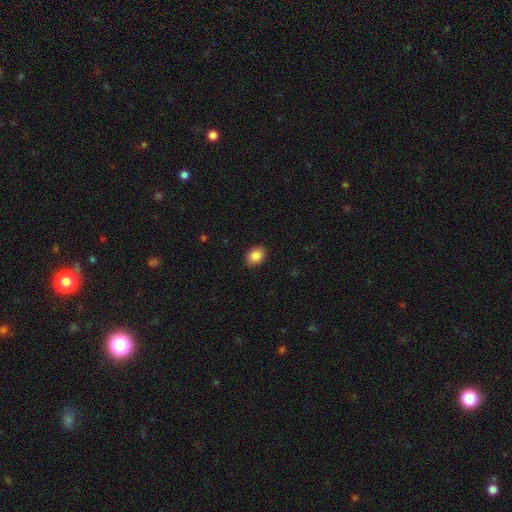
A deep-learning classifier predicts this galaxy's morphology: A smooth galaxy with no disk features (86%) that is in between round and cigar-shaped (74%).

Vote fractions:
- Smooth or featured? smooth: 86% / star or artifact: 8% / featured or disk: 6%
- How rounded? in between: 74% / round: 25% / cigar-shaped: 1%
- Merging? none: 89% / minor disturbance: 8% / major disturbance: 2% / merger: 1%